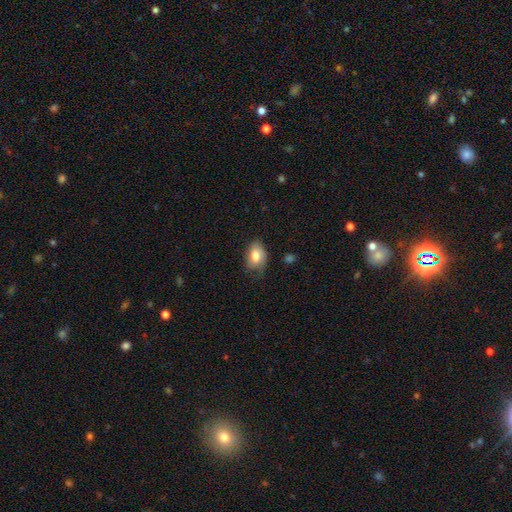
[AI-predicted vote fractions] This appears to be a smooth galaxy with no disk features (79%) that is in between round and cigar-shaped (84%). Merging: none (56%).